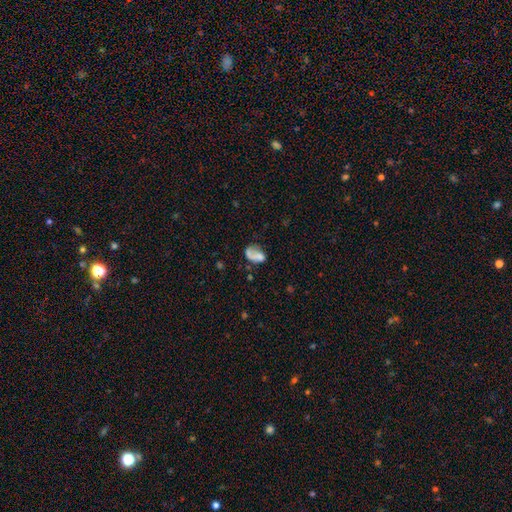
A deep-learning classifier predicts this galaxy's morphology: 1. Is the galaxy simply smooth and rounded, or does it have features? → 57% smooth, 32% featured or disk, 12% star or artifact.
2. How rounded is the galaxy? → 75% in between, 23% round, 2% cigar-shaped.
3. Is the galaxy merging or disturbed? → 33% none, 28% major disturbance, 21% minor disturbance, 17% merger.